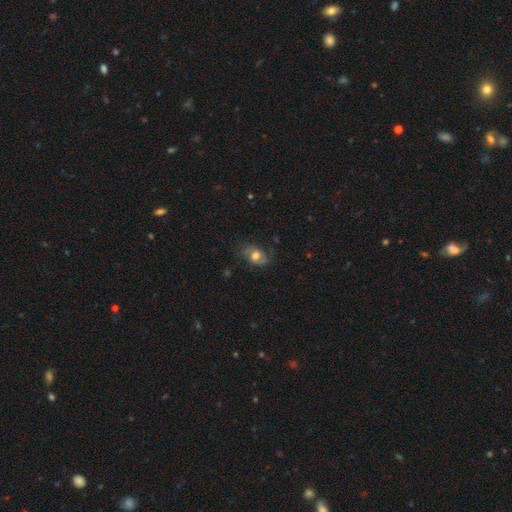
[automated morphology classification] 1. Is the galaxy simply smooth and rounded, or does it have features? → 56% smooth, 34% featured or disk, 10% star or artifact.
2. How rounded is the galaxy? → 68% in between, 30% round, 2% cigar-shaped.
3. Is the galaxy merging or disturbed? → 61% none, 25% minor disturbance, 12% major disturbance, 1% merger.